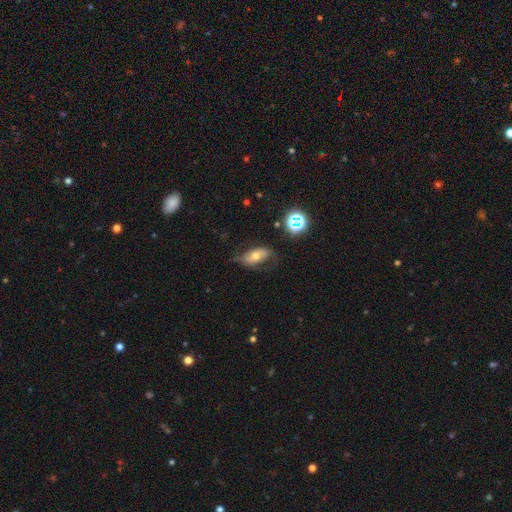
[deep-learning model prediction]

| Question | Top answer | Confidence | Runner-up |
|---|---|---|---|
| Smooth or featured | featured or disk | 46% | smooth (41%) |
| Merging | none | 55% | minor disturbance (26%) |